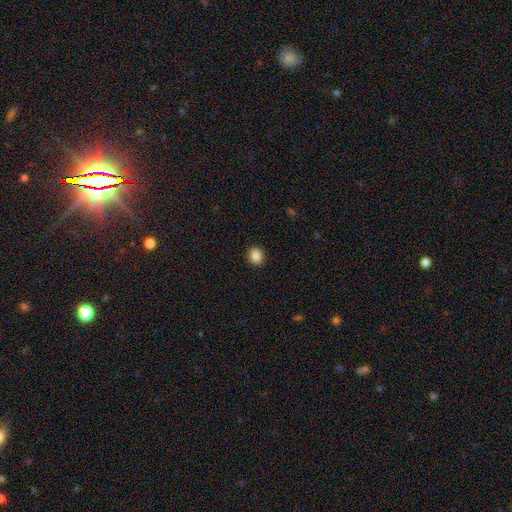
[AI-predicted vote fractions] The model was most divided on "how rounded": round: 77%, in between: 22%, cigar-shaped: 1%. More confident: merging — none (92%); smooth or featured — smooth (86%).